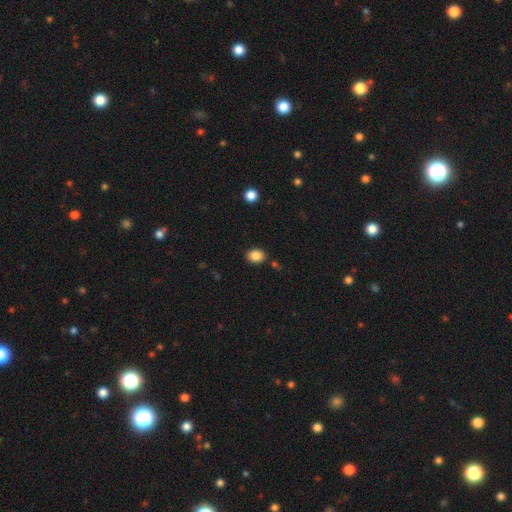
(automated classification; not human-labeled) Smooth or featured? smooth (87%)
How rounded? in between (58%)
Merging? none (86%)